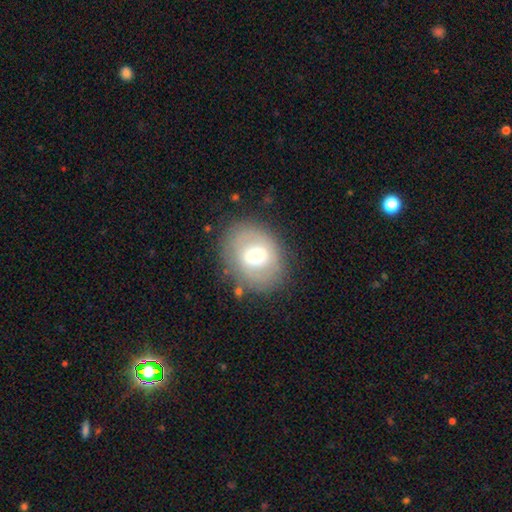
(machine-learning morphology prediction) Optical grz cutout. It shows a smooth galaxy with no disk features (54%) that is round (50%). Merging: none (76%).